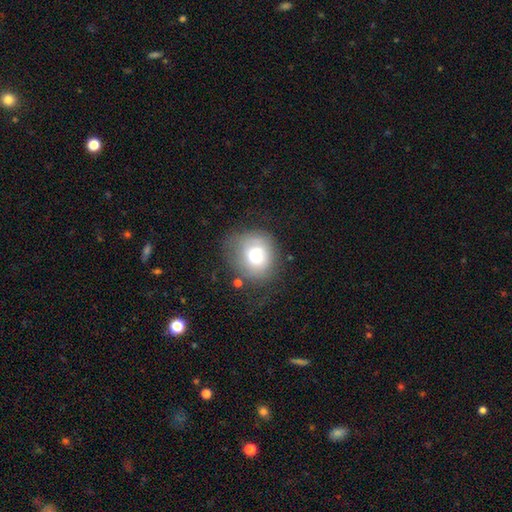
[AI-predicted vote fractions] Smooth or featured?
  - smooth: 67% *
  - featured or disk: 23%
  - star or artifact: 10%
How rounded?
  - round: 76% *
  - in between: 23%
  - cigar-shaped: 1%
Merging?
  - none: 53% *
  - minor disturbance: 26%
  - major disturbance: 17%
  - merger: 4%